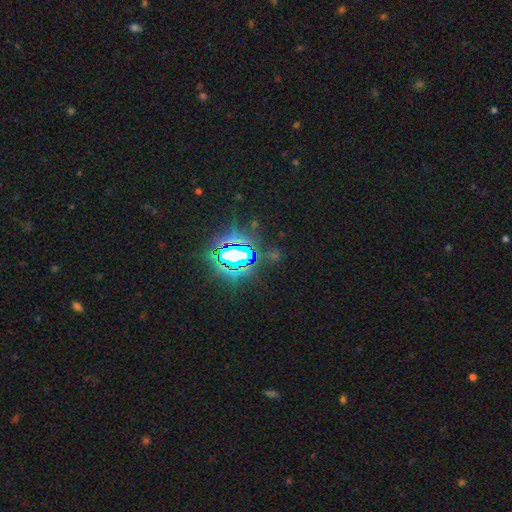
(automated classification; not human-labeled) A star or artifact, not a galaxy (83%).